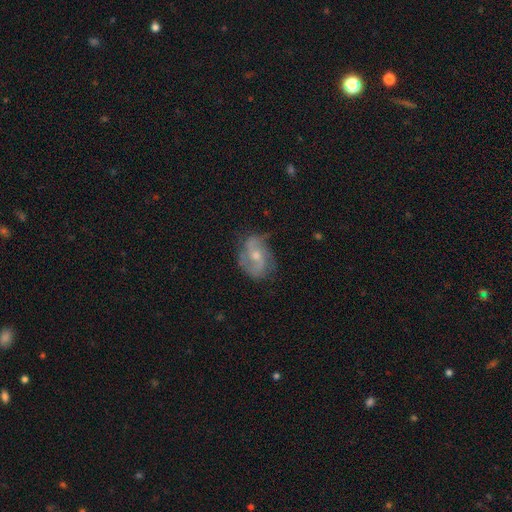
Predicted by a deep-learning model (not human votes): Smooth or featured?
  - featured or disk: 75% *
  - smooth: 17%
  - star or artifact: 7%
Edge-on disk?
  - no: 97% *
  - yes: 3%
Bar?
  - no: 54% *
  - weak: 37%
  - strong: 9%
Spiral arms?
  - yes: 91% *
  - no: 9%
Spiral winding?
  - medium: 47% *
  - loose: 33%
  - tight: 21%
Spiral arm count?
  - 2: 74% *
  - can't tell: 11%
  - 3: 7%
  - 1: 3%
  - 4: 2%
  - more than 4: 2%
Bulge size?
  - moderate: 52% *
  - small: 43%
  - none: 2%
  - large: 2%
  - dominant: 1%
Merging?
  - none: 66% *
  - minor disturbance: 23%
  - major disturbance: 9%
  - merger: 2%